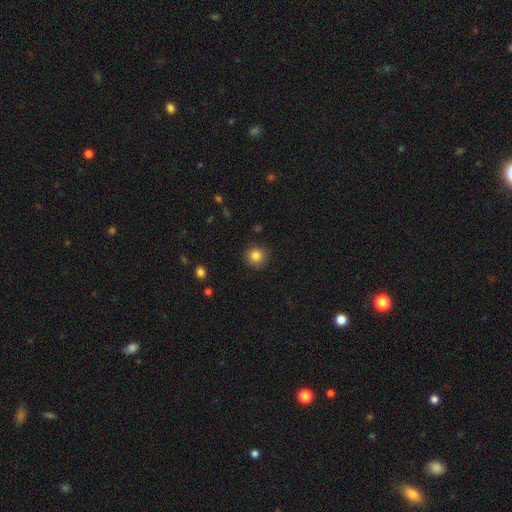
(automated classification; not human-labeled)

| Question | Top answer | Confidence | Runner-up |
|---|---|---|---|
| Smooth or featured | smooth | 84% | star or artifact (10%) |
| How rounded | round | 93% | in between (6%) |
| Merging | none | 89% | minor disturbance (8%) |